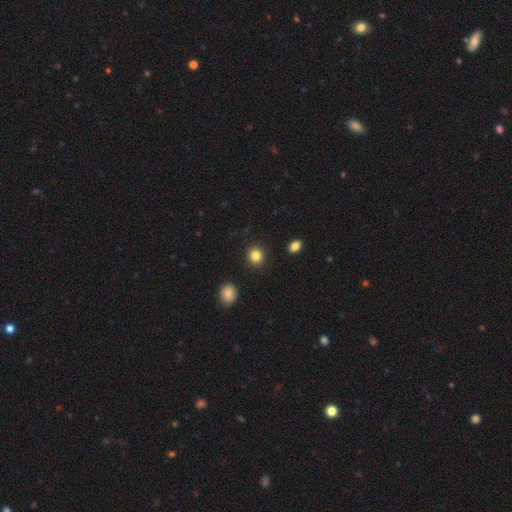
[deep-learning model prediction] A smooth galaxy with no disk features (85%) that is round (83%). Merging: none (91%).